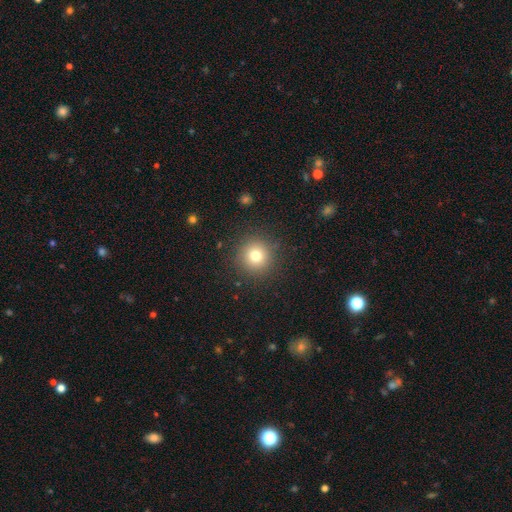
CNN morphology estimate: This is likely a smooth galaxy (76%). How rounded: clearly round (95%). Merging: clearly none (90%).